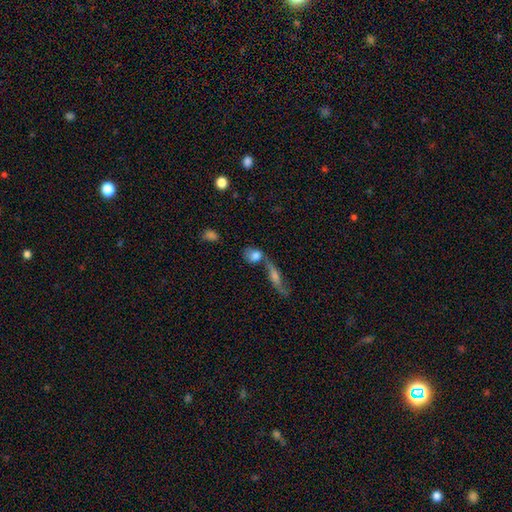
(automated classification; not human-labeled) Smooth or featured: smooth — 75% (featured or disk — 17%)
How rounded: in between — 49% (round — 44%)
Merging: none — 43% (merger — 37%)